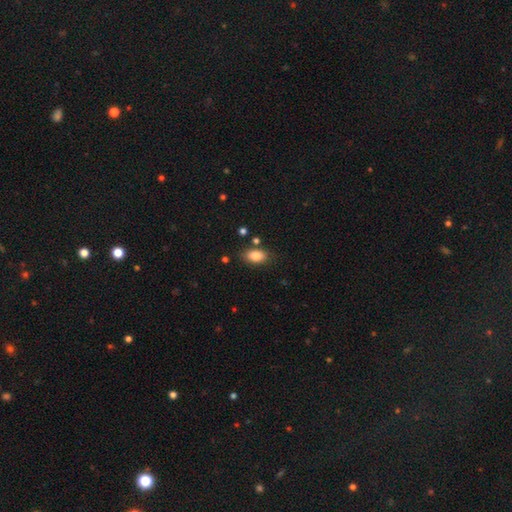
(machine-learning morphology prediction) Smooth or featured: smooth — 83% (star or artifact — 8%)
How rounded: in between — 88% (round — 10%)
Merging: none — 80% (minor disturbance — 13%)